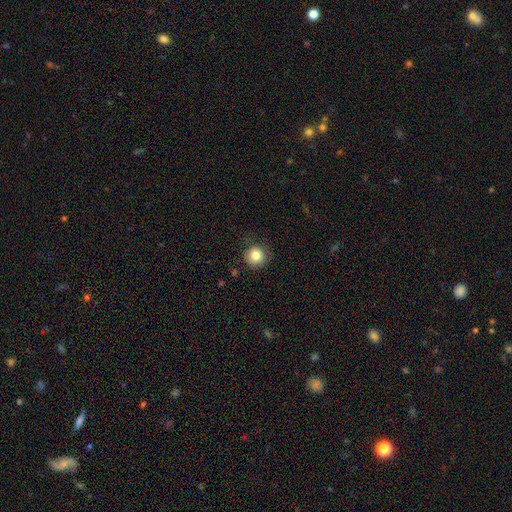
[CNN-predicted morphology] smooth-or-featured: smooth: 85% | star or artifact: 10% | featured or disk: 5%
  how-rounded: round: 93% | in between: 6% | cigar-shaped: 1%
  merging: none: 83% | minor disturbance: 13% | major disturbance: 3% | merger: 1%